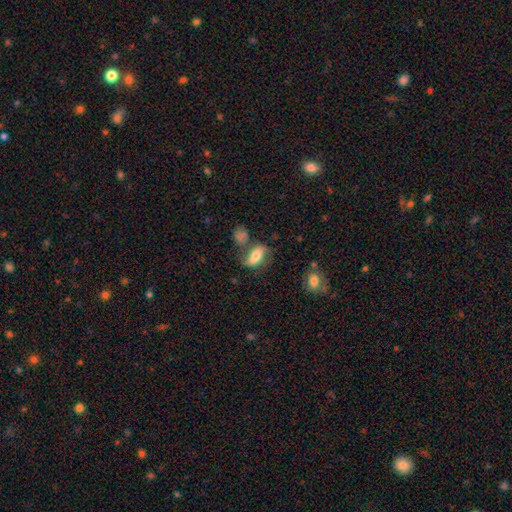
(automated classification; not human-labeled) Smooth or featured: smooth — 59% (featured or disk — 33%)
How rounded: in between — 85% (round — 8%)
Merging: none — 50% (minor disturbance — 20%)